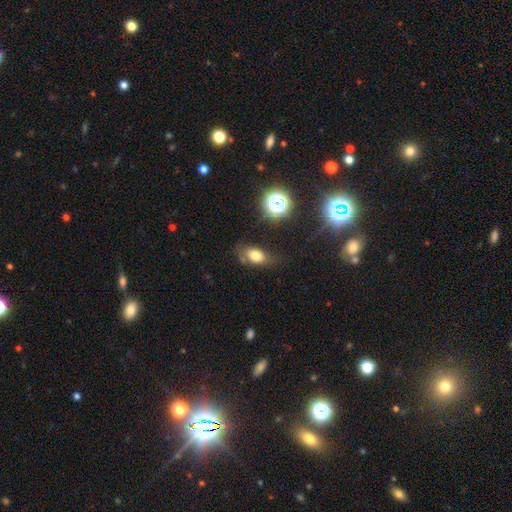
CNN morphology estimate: Q: Smooth or featured?
A: smooth (73%); runner-up: star or artifact (14%)
Q: How rounded?
A: in between (80%); runner-up: round (17%)
Q: Merging?
A: none (62%); runner-up: minor disturbance (25%)